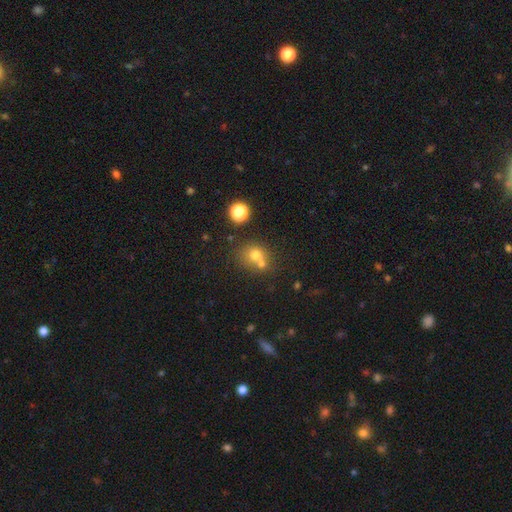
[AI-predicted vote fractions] A smooth galaxy with no disk features (67%) that is round (76%). Merging: merger (44%).